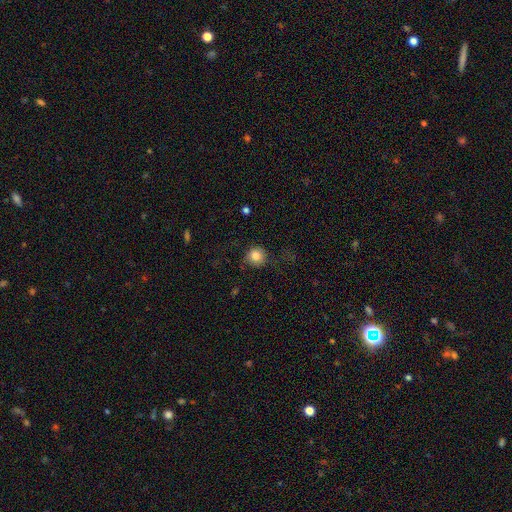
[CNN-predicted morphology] A smooth galaxy with no disk features (83%) that is round (92%). Merging: none (75%).